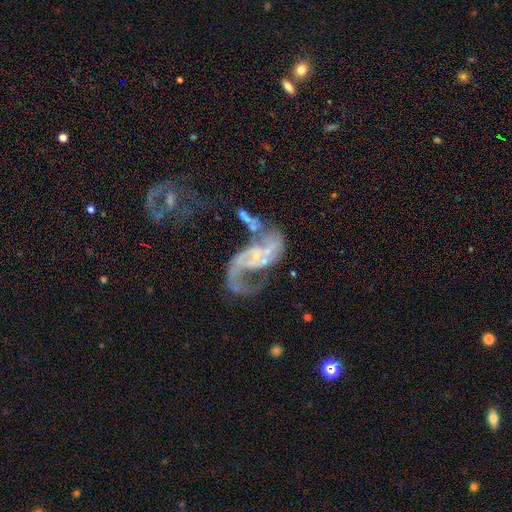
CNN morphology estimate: Smooth or featured? Predicted: featured or disk (p=0.81). Edge-on disk? Predicted: no (p=0.97). Bar? Predicted: no (p=0.56). Spiral arms? Predicted: yes (p=0.84). Spiral winding? Predicted: loose (p=0.58). Spiral arm count? Predicted: 2 (p=0.68). Bulge size? Predicted: small (p=0.45). Merging? Predicted: major disturbance (p=0.33).